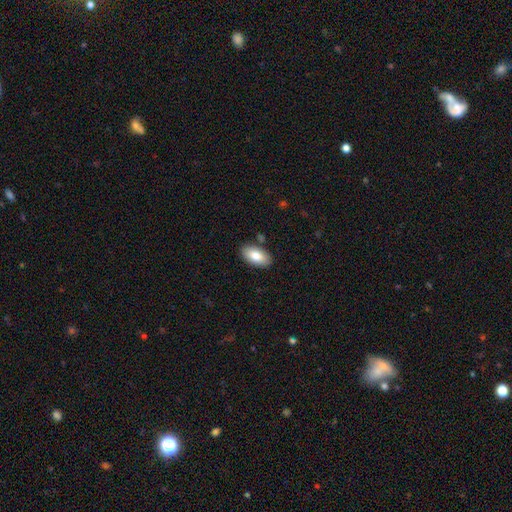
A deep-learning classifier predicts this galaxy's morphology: Smooth or featured?
  - smooth: 83% *
  - featured or disk: 11%
  - star or artifact: 6%
How rounded?
  - in between: 95% *
  - round: 3%
  - cigar-shaped: 3%
Merging?
  - none: 86% *
  - minor disturbance: 9%
  - merger: 3%
  - major disturbance: 2%